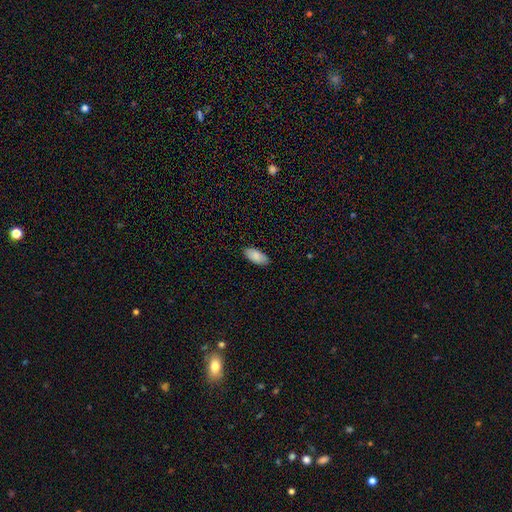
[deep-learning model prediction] Smooth or featured? smooth (89%)
How rounded? in between (93%)
Merging? none (88%)